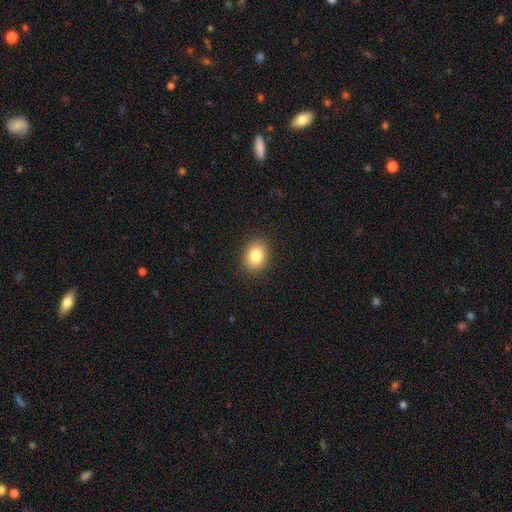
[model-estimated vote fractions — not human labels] Smooth or featured?
  - smooth: 82% *
  - star or artifact: 10%
  - featured or disk: 7%
How rounded?
  - in between: 50% *
  - round: 49%
  - cigar-shaped: 1%
Merging?
  - none: 90% *
  - minor disturbance: 7%
  - major disturbance: 2%
  - merger: 1%